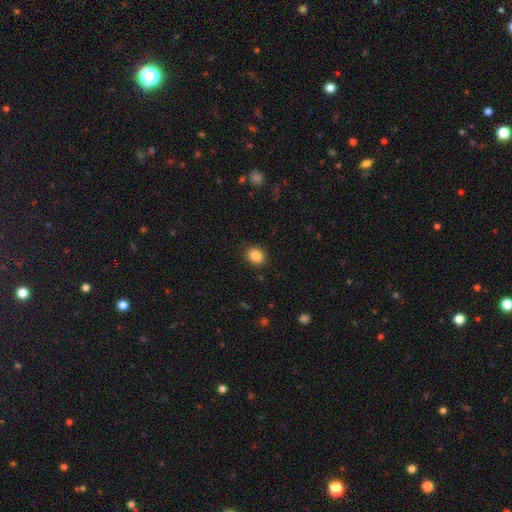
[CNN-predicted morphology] The model was most divided on "how rounded": round: 56%, in between: 43%, cigar-shaped: 1%. More confident: merging — none (88%); smooth or featured — smooth (88%).